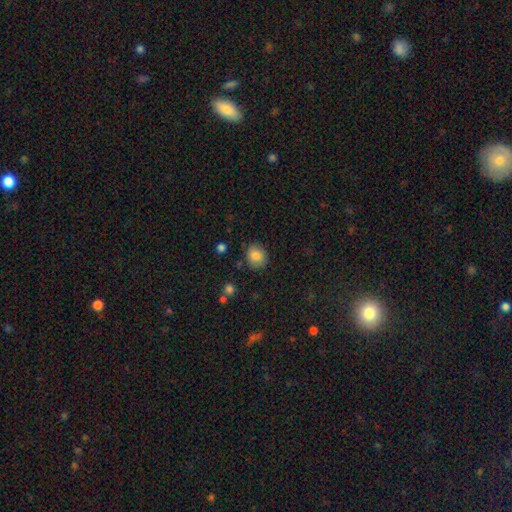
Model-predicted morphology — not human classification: Smooth or featured? Predicted: smooth (p=0.84). How rounded? Predicted: round (p=0.68). Merging? Predicted: none (p=0.82).